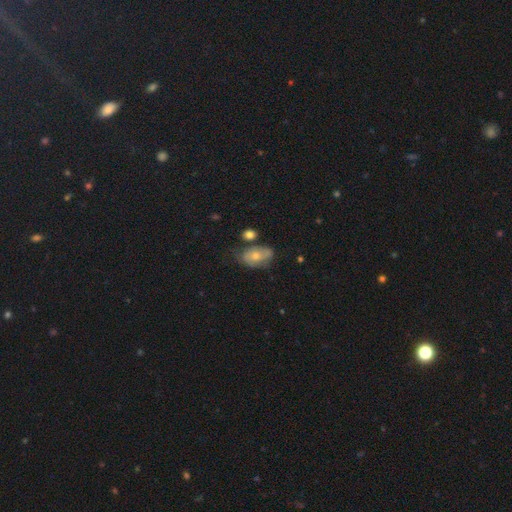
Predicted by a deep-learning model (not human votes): Morphology: type=smooth (58%); roundness=in between (88%); merging=none (48%).